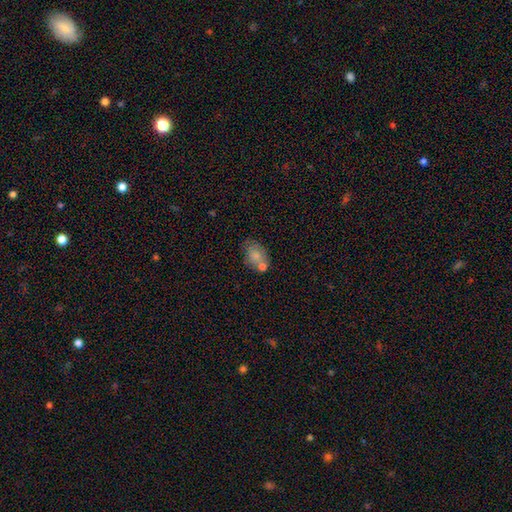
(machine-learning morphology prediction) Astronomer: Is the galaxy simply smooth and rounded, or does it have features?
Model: smooth — 76%.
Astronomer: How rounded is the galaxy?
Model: in between — 77%.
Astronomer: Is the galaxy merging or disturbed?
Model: none — 48% (runner-up: merger, 27%).